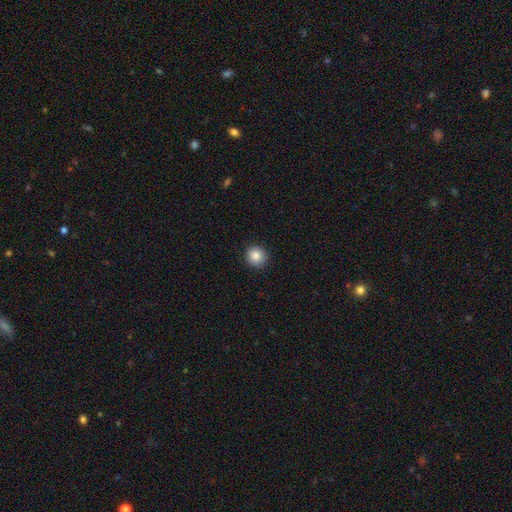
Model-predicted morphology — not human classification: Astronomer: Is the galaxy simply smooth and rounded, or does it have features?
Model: smooth — 86%.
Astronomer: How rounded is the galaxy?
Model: round — 92%.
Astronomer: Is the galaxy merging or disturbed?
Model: none — 90%.